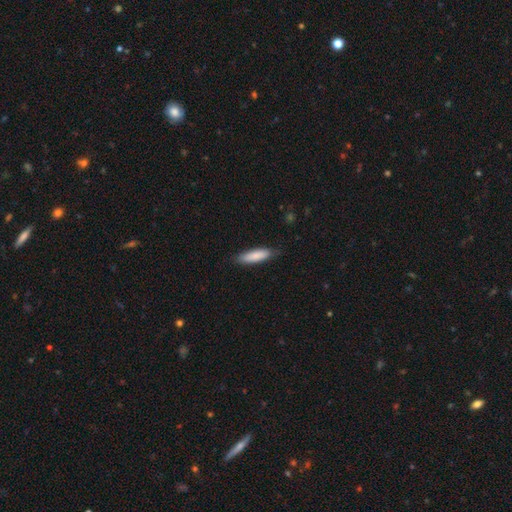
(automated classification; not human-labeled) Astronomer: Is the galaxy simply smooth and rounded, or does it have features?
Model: smooth — 83%.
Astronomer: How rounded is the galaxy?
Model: cigar-shaped — 65%.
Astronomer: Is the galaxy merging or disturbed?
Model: none — 81%.